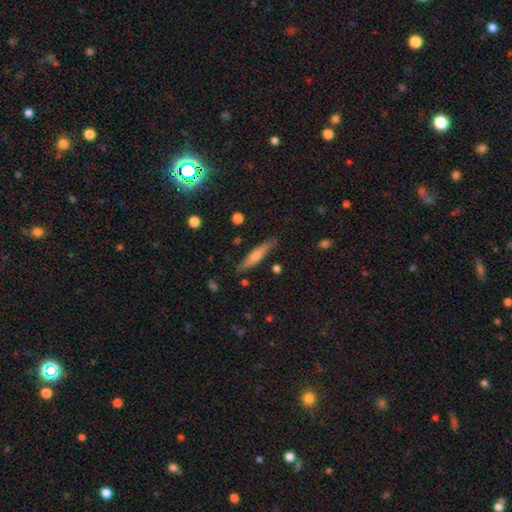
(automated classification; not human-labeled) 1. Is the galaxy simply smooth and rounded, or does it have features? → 55% smooth, 38% featured or disk, 8% star or artifact.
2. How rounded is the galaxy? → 86% cigar-shaped, 12% in between, 2% round.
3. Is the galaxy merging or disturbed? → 85% none, 11% minor disturbance, 2% major disturbance, 2% merger.